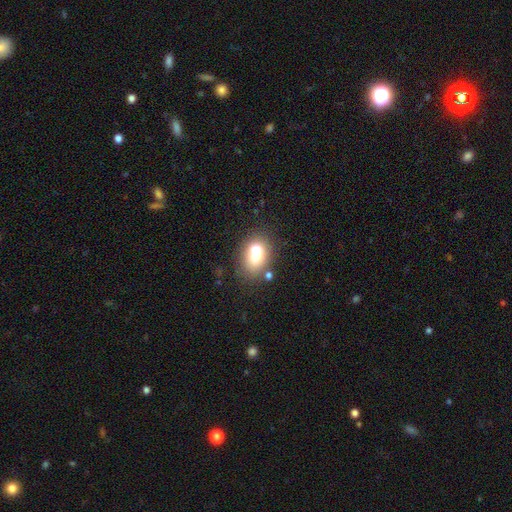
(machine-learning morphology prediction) Smooth or featured?
  - smooth: 69% *
  - featured or disk: 19%
  - star or artifact: 12%
How rounded?
  - in between: 72% *
  - round: 26%
  - cigar-shaped: 2%
Merging?
  - none: 55% *
  - merger: 24%
  - minor disturbance: 14%
  - major disturbance: 7%